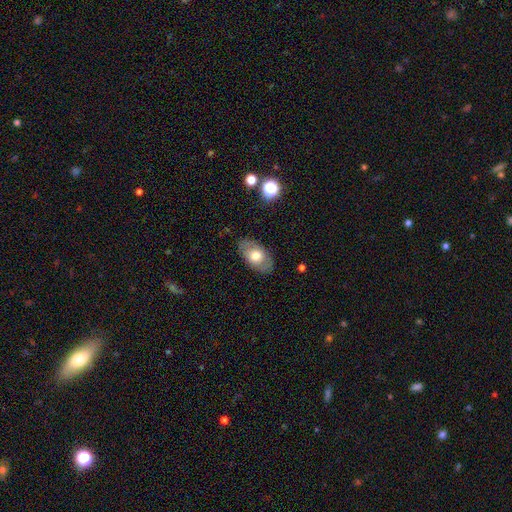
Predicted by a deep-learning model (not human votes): The model was most divided on "smooth or featured": smooth: 61%, featured or disk: 31%, star or artifact: 7%. More confident: how rounded — in between (89%); merging — none (81%).